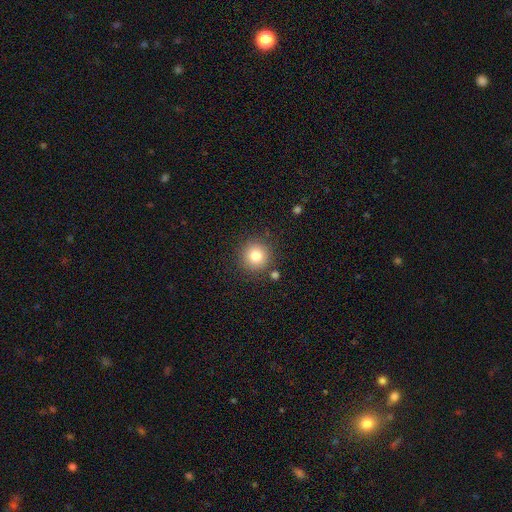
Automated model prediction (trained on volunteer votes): Overall: smooth (80%). How rounded: round (95%). Merging: none (86%).